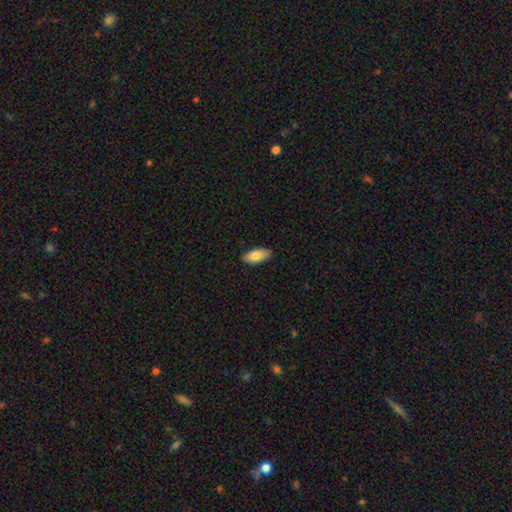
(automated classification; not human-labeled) smooth 82%, featured or disk 12%, star or artifact 6%. Down the decision tree: how rounded — in between (88%); merging — none (88%).